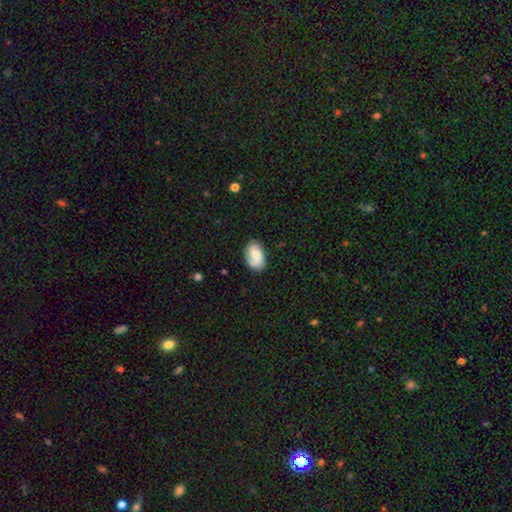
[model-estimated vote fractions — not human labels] Smooth or featured: smooth — 54% (featured or disk — 38%)
How rounded: in between — 89% (round — 9%)
Merging: none — 70% (minor disturbance — 21%)